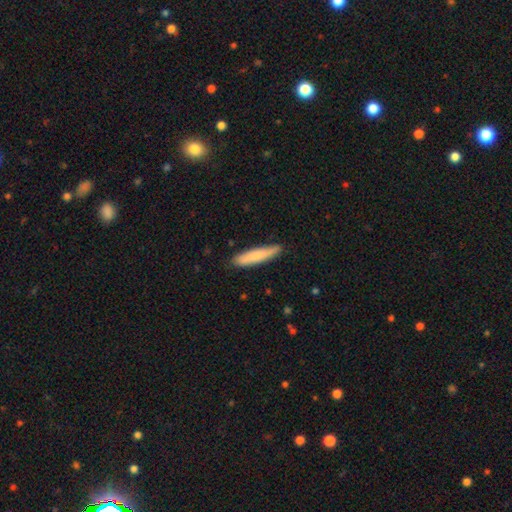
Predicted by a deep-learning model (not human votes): smooth-or-featured: smooth: 80% | featured or disk: 15% | star or artifact: 5%
  how-rounded: cigar-shaped: 88% | in between: 10% | round: 1%
  merging: none: 86% | minor disturbance: 12% | major disturbance: 2% | merger: 1%